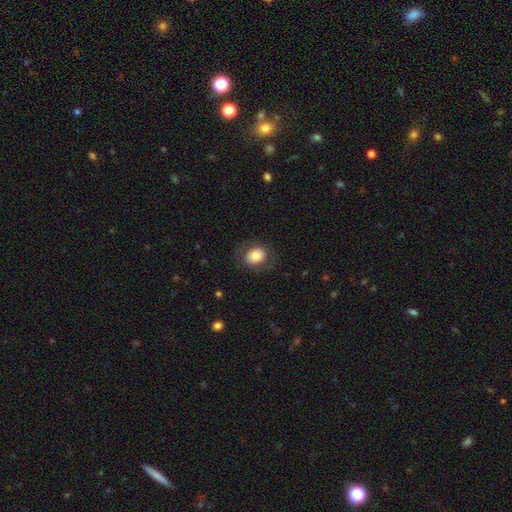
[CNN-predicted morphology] Q: Smooth or featured?
A: smooth (71%); runner-up: featured or disk (21%)
Q: How rounded?
A: round (51%); runner-up: in between (48%)
Q: Merging?
A: none (78%); runner-up: minor disturbance (13%)